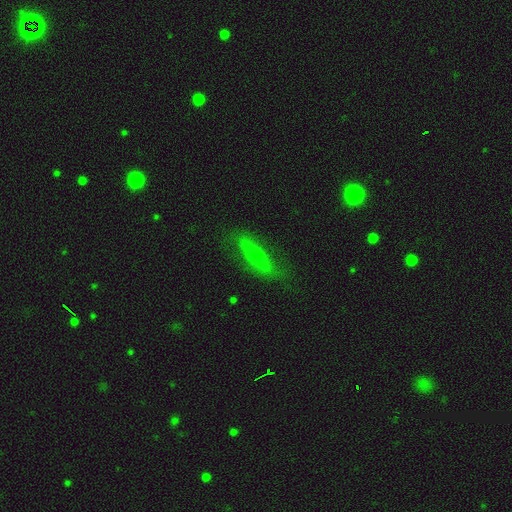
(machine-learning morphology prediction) Q: Smooth or featured?
A: featured or disk (54%); runner-up: smooth (36%)
Q: Edge-on disk?
A: yes (75%); runner-up: no (25%)
Q: Merging?
A: none (79%); runner-up: minor disturbance (15%)